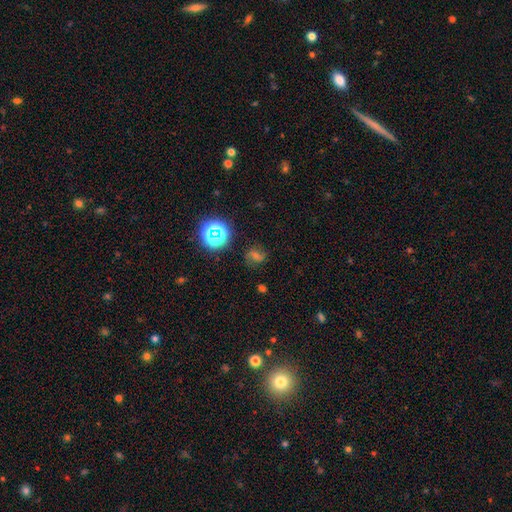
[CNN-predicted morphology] A star or artifact, not a galaxy (41%).

Vote fractions:
- Smooth or featured? star or artifact: 41% / featured or disk: 30% / smooth: 29%